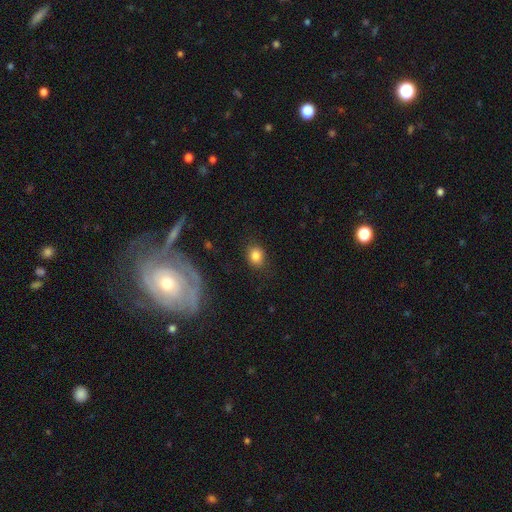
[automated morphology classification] Smooth or featured?
  - smooth: 83% *
  - star or artifact: 10%
  - featured or disk: 7%
How rounded?
  - round: 64% *
  - in between: 34%
  - cigar-shaped: 1%
Merging?
  - none: 84% *
  - minor disturbance: 11%
  - major disturbance: 3%
  - merger: 2%